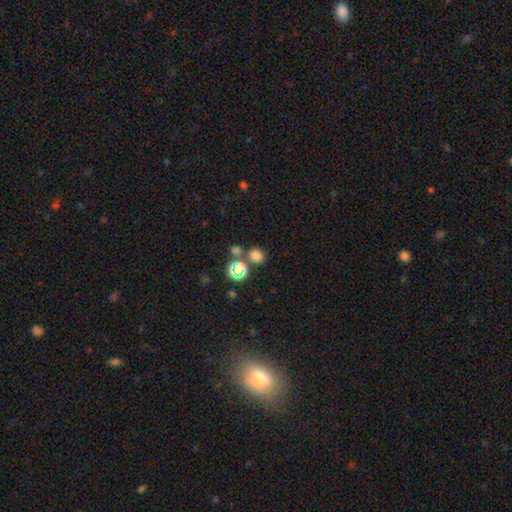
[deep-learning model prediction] Smooth or featured? smooth (73%)
How rounded? round (70%)
Merging? none (68%)